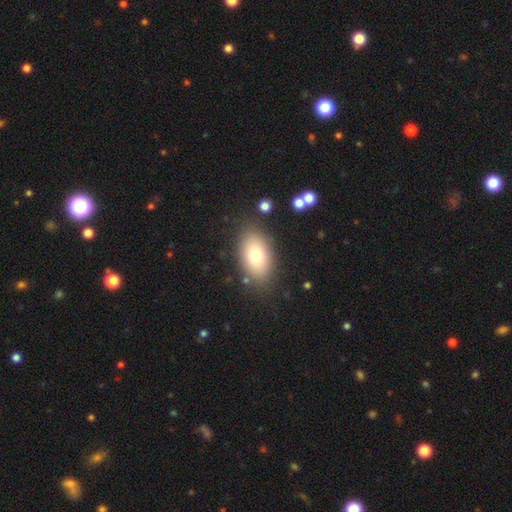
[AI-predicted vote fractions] Smooth or featured? Predicted: smooth (p=0.76). How rounded? Predicted: in between (p=0.90). Merging? Predicted: none (p=0.83).